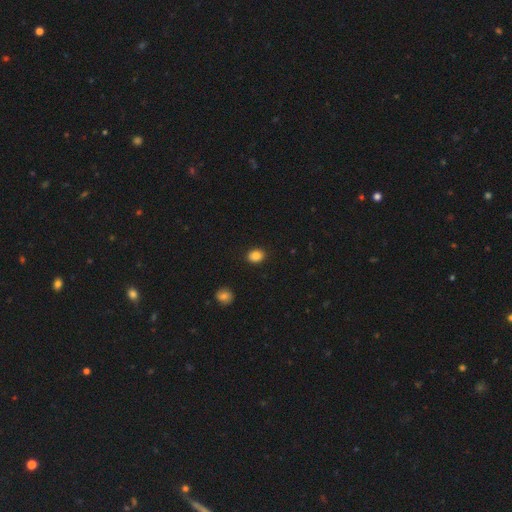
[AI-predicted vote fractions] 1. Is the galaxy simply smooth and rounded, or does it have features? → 87% smooth, 10% star or artifact, 4% featured or disk.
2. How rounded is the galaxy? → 56% in between, 43% round, 1% cigar-shaped.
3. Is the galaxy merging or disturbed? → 90% none, 7% minor disturbance, 2% major disturbance, 1% merger.